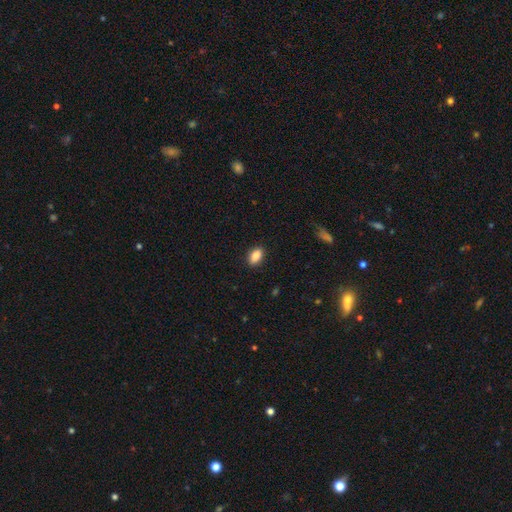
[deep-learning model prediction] smooth-or-featured: smooth: 86% | star or artifact: 8% | featured or disk: 6%
  how-rounded: in between: 89% | round: 7% | cigar-shaped: 3%
  merging: none: 89% | minor disturbance: 9% | major disturbance: 2% | merger: 1%